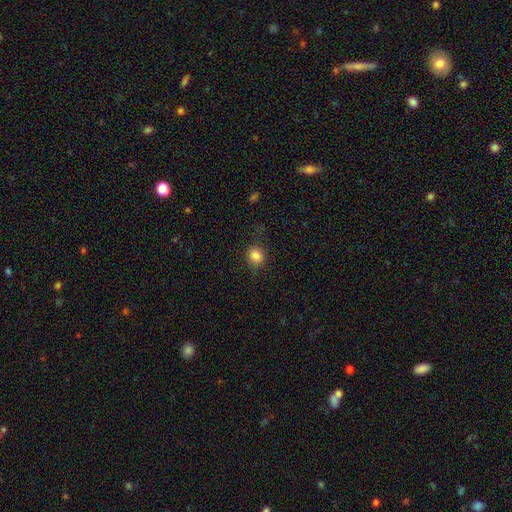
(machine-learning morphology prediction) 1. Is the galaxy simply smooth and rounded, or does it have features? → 83% smooth, 11% star or artifact, 6% featured or disk.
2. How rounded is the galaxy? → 73% round, 26% in between, 1% cigar-shaped.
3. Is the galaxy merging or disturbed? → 75% none, 17% minor disturbance, 6% major disturbance, 1% merger.